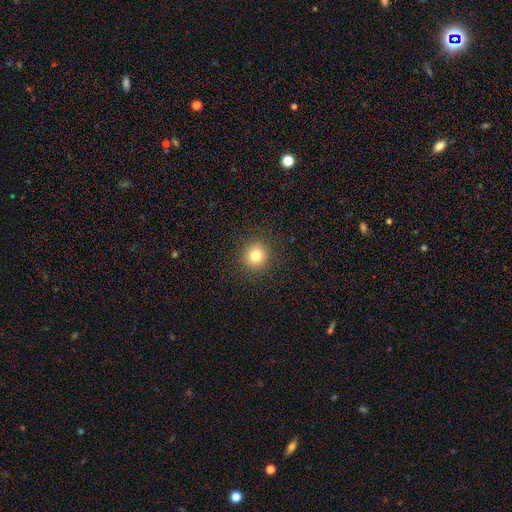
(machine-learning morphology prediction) This appears to be a smooth galaxy with no disk features (79%) that is round (89%). Merging: none (91%).